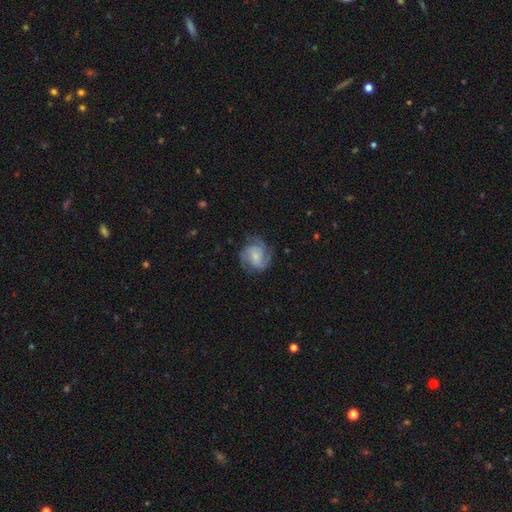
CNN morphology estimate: Smooth or featured? Predicted: featured or disk (p=0.76). Edge-on disk? Predicted: no (p=0.98). Bar? Predicted: no (p=0.61). Spiral arms? Predicted: yes (p=0.95). Spiral winding? Predicted: medium (p=0.45). Spiral arm count? Predicted: 2 (p=0.38). Bulge size? Predicted: small (p=0.57). Merging? Predicted: none (p=0.71).